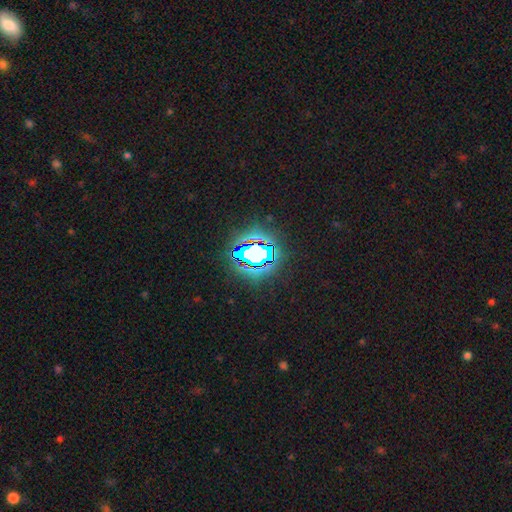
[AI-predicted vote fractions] Smooth or featured? Predicted: star or artifact (p=0.70).